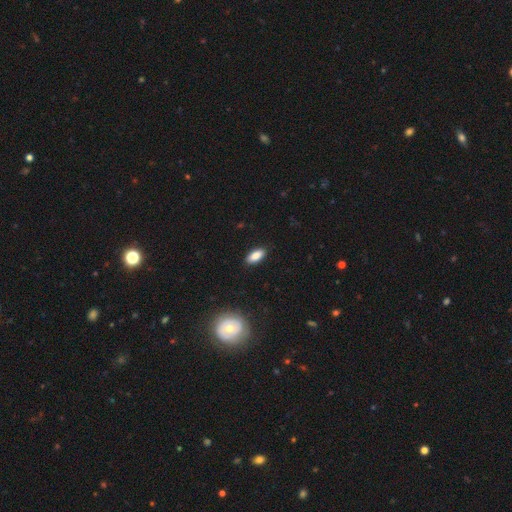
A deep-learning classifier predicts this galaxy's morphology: Smooth or featured: smooth — 85% (featured or disk — 8%)
How rounded: in between — 87% (cigar-shaped — 10%)
Merging: none — 88% (minor disturbance — 9%)